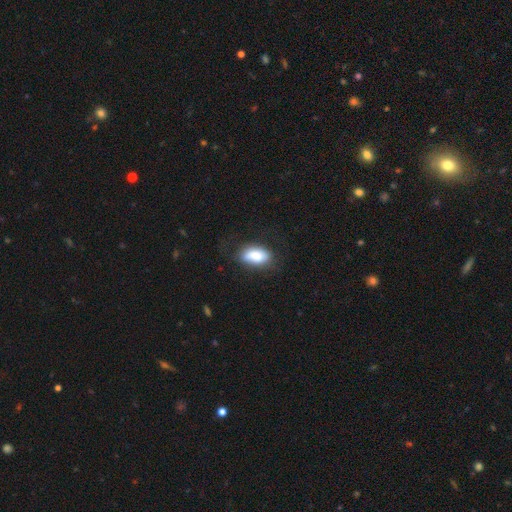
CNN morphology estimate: Smooth or featured: smooth — 85% (featured or disk — 9%)
How rounded: in between — 91% (cigar-shaped — 5%)
Merging: none — 69% (minor disturbance — 22%)